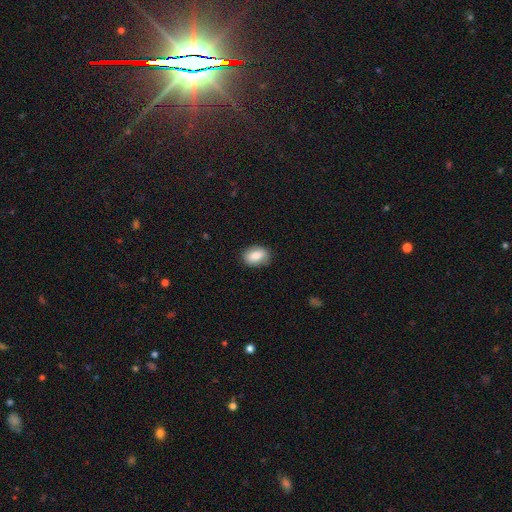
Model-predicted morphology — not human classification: Smooth or featured?
  - smooth: 82% *
  - featured or disk: 10%
  - star or artifact: 7%
How rounded?
  - in between: 81% *
  - round: 18%
  - cigar-shaped: 2%
Merging?
  - none: 85% *
  - minor disturbance: 12%
  - major disturbance: 3%
  - merger: 1%